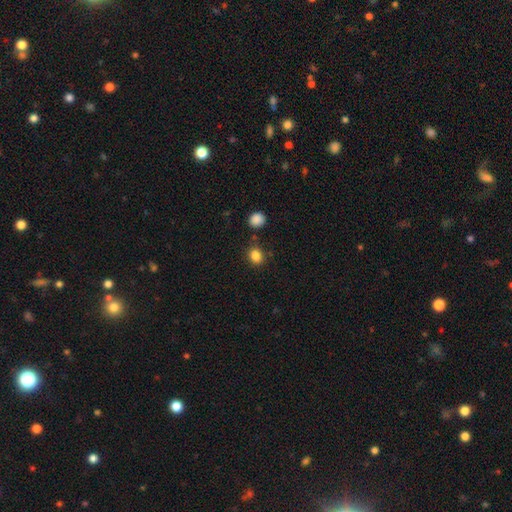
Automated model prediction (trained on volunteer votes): smooth_or_featured: smooth (p=0.85) [alt: star or artifact p=0.11]
how_rounded: round (p=0.59) [alt: in between p=0.40]
merging: none (p=0.81) [alt: minor disturbance p=0.11]